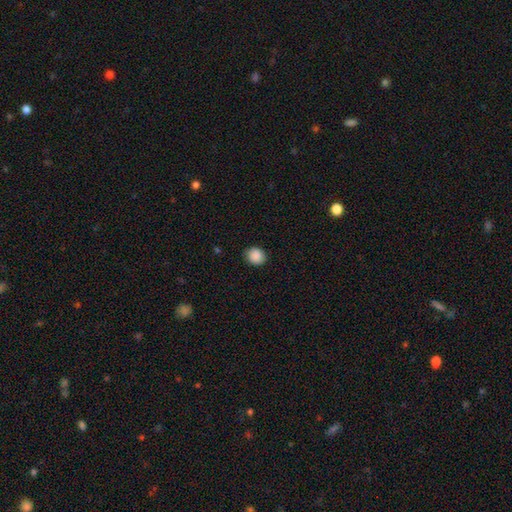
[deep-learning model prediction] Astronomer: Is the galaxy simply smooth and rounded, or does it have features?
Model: smooth — 89%.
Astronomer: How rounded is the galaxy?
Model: round — 71%.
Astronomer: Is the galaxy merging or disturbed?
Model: none — 84%.